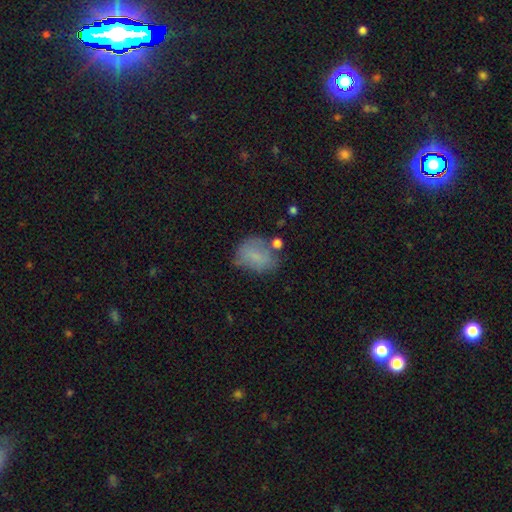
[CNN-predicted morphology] type=smooth (70%); roundness=in between (54%); merging=none (50%).